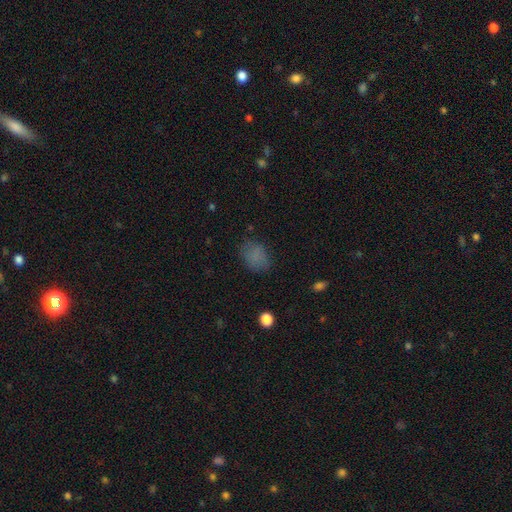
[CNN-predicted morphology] smooth 78%, star or artifact 13%, featured or disk 8%. Down the decision tree: how rounded — in between (73%); merging — none (72%).